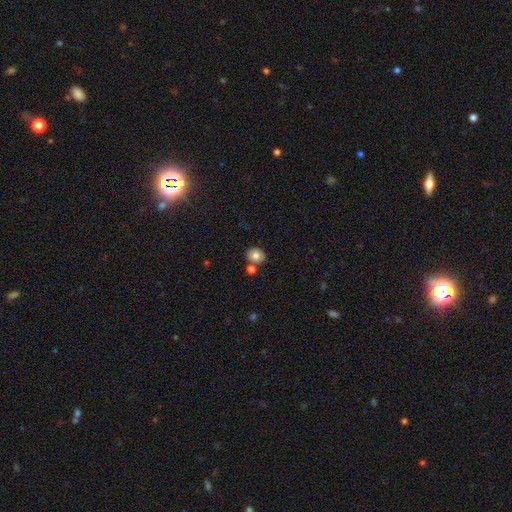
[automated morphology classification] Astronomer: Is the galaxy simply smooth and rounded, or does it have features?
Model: smooth — 74%.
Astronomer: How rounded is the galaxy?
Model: round — 70%.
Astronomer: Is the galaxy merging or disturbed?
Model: none — 71%.